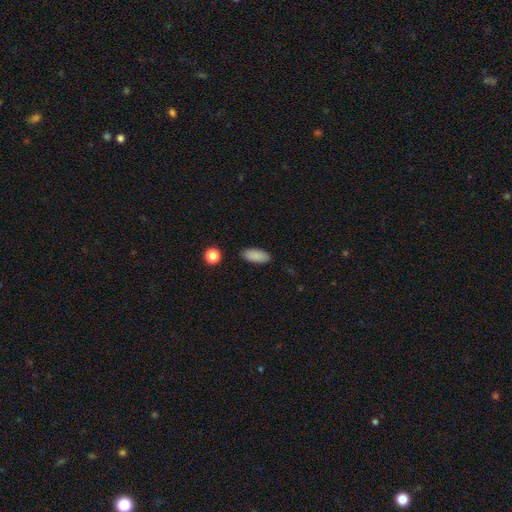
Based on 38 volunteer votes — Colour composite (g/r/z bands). It shows a smooth galaxy with no disk features (92%) that is in between round and cigar-shaped (89%). Merging: none (97%).